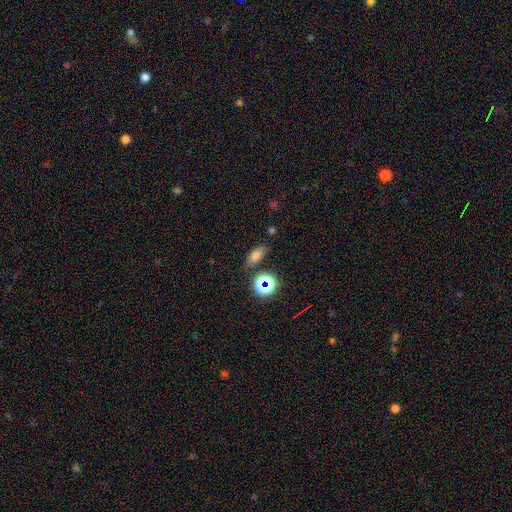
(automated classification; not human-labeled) A smooth galaxy with no disk features (63%) that is in between round and cigar-shaped (62%).

Vote fractions:
- Smooth or featured? smooth: 63% / star or artifact: 24% / featured or disk: 14%
- How rounded? in between: 62% / cigar-shaped: 25% / round: 13%
- Merging? none: 79% / minor disturbance: 12% / merger: 5% / major disturbance: 4%